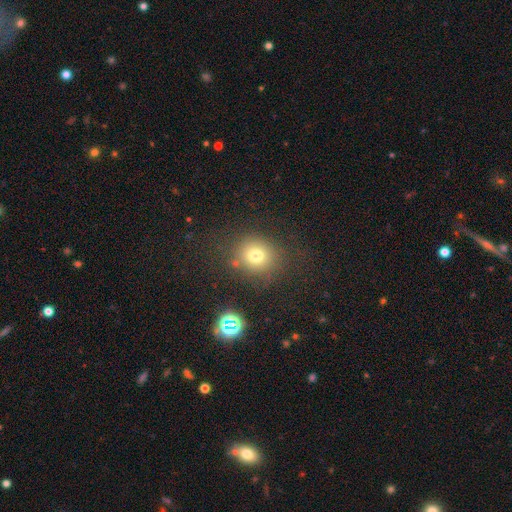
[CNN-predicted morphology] The model was most divided on "how rounded": round: 78%, in between: 21%, cigar-shaped: 1%. More confident: merging — none (77%); smooth or featured — smooth (74%).